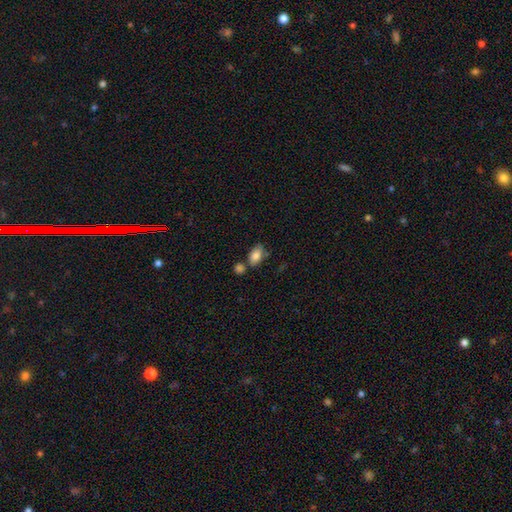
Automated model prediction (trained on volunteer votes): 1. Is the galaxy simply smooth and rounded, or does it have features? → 82% smooth, 10% featured or disk, 8% star or artifact.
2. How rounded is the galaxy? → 89% in between, 8% round, 3% cigar-shaped.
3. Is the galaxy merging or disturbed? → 58% none, 19% merger, 18% minor disturbance, 5% major disturbance.